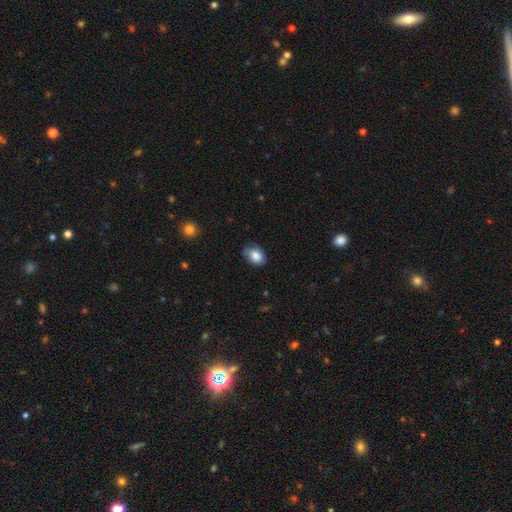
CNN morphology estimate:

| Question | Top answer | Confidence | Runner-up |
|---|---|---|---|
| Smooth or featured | smooth | 83% | featured or disk (9%) |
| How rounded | in between | 75% | round (24%) |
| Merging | none | 73% | minor disturbance (22%) |